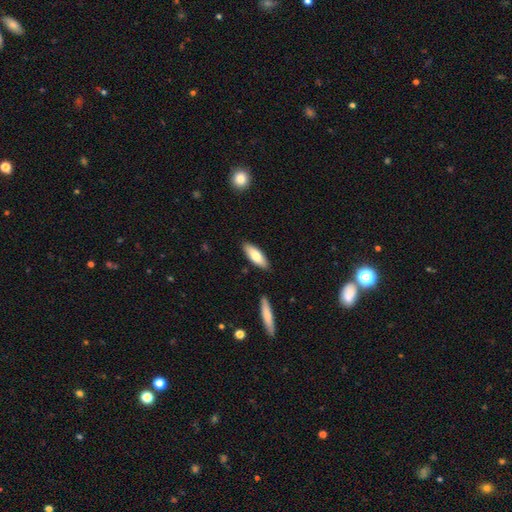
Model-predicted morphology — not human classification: Smooth or featured? Predicted: smooth (p=0.77). How rounded? Predicted: in between (p=0.64). Merging? Predicted: none (p=0.86).